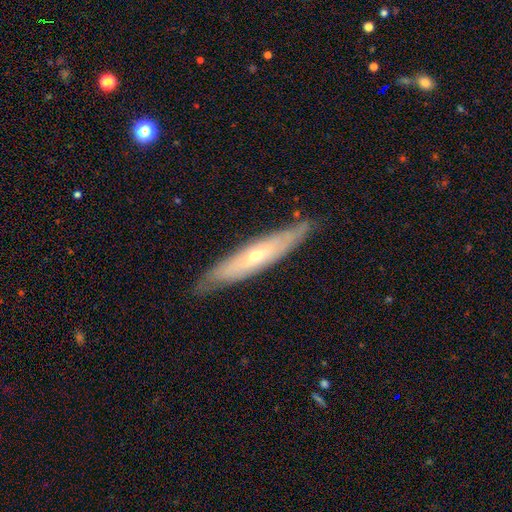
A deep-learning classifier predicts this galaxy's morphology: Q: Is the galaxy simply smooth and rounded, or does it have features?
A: featured or disk — 65%.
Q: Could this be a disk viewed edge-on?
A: yes — 64%.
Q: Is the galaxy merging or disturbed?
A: none — 82%.